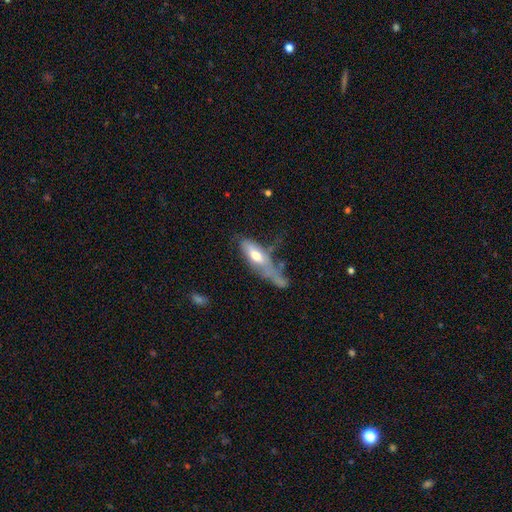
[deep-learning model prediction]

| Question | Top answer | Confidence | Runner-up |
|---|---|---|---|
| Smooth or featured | smooth | 58% | featured or disk (36%) |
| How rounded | in between | 59% | cigar-shaped (39%) |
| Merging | major disturbance | 35% | none (24%) |